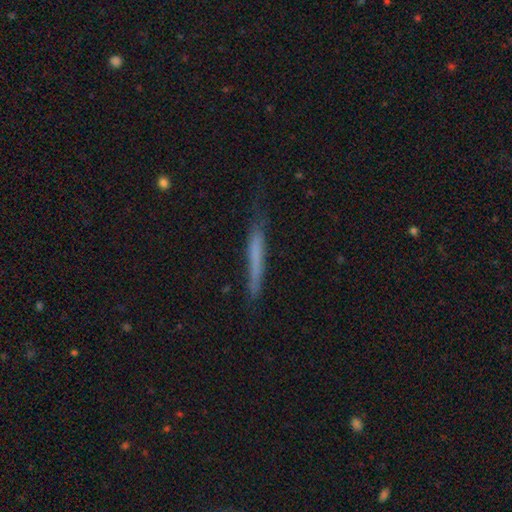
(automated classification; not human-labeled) A smooth galaxy with no disk features (56%) that is cigar-shaped (96%).

Vote fractions:
- Smooth or featured? smooth: 56% / featured or disk: 36% / star or artifact: 8%
- How rounded? cigar-shaped: 96% / in between: 3% / round: 1%
- Merging? none: 71% / minor disturbance: 22% / major disturbance: 5% / merger: 2%